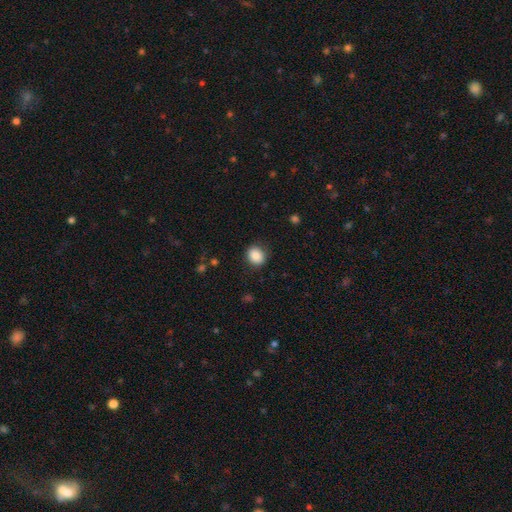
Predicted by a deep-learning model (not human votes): Smooth or featured: smooth — 86% (star or artifact — 9%)
How rounded: round — 73% (in between — 27%)
Merging: none — 86% (minor disturbance — 10%)